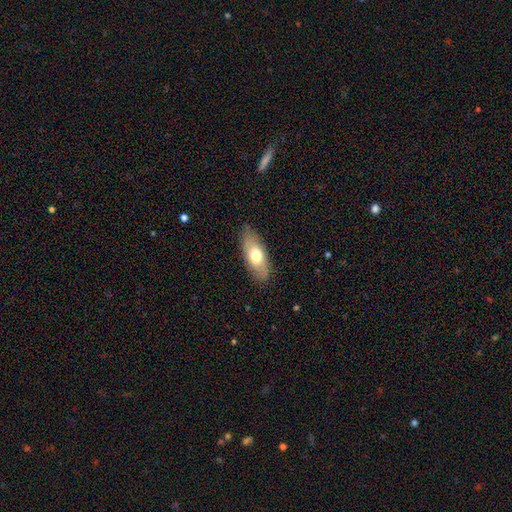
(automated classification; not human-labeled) smooth 67%, featured or disk 27%, star or artifact 6%. Down the decision tree: how rounded — in between (80%); merging — none (84%).